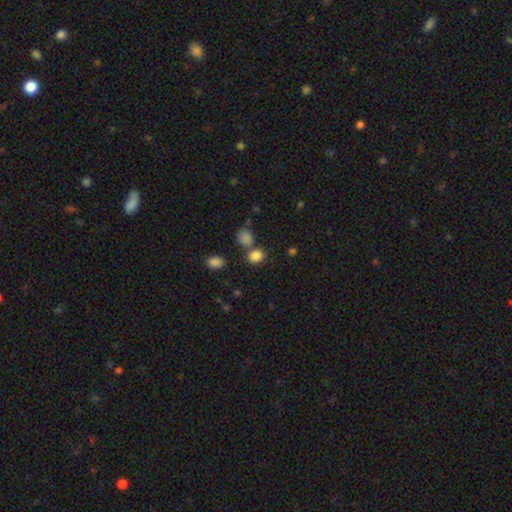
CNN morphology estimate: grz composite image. It shows a smooth galaxy with no disk features (83%) that is round (64%). Merging: none (63%).